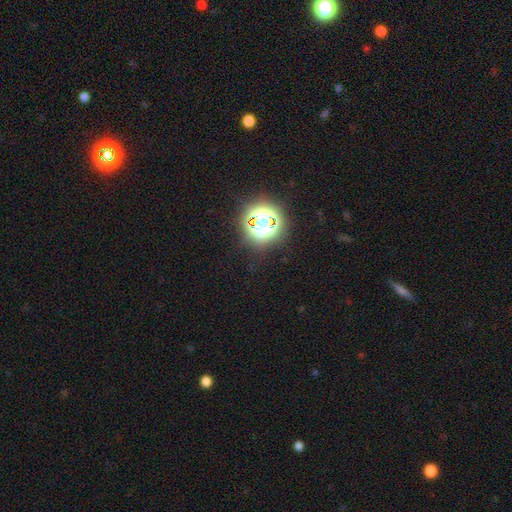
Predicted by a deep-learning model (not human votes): smooth_or_featured: star or artifact (p=0.78) [alt: smooth p=0.15]